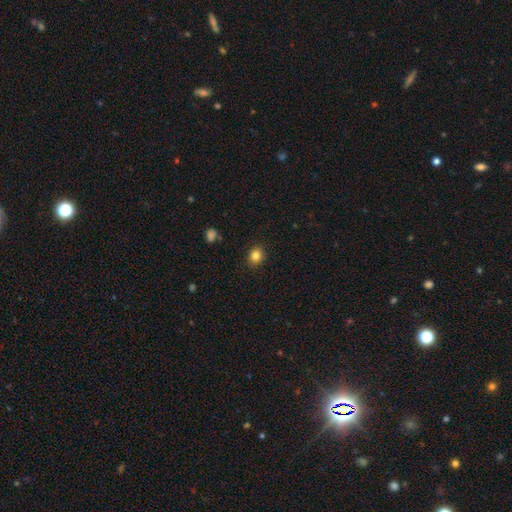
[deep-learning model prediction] This appears to be a smooth galaxy with no disk features (83%) that is round (72%). Merging: none (89%).